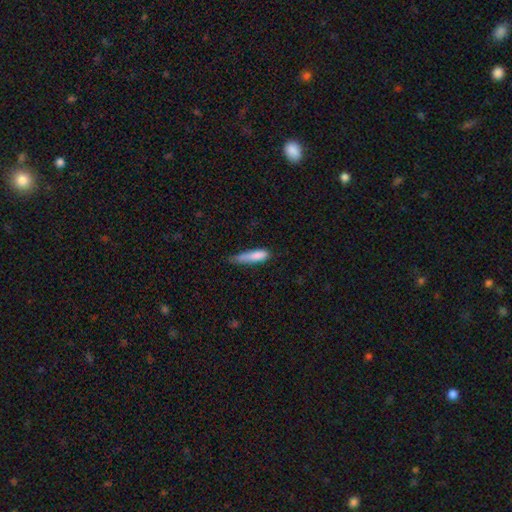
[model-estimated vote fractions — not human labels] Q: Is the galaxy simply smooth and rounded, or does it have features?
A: smooth — 81%.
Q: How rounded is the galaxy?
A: cigar-shaped — 76%.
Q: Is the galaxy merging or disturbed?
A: minor disturbance — 41%, tied with none.